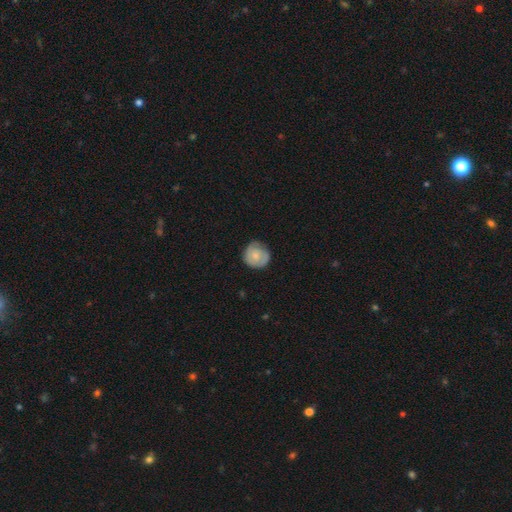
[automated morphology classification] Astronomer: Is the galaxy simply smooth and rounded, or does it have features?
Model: smooth — 63%.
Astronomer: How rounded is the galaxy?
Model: round — 90%.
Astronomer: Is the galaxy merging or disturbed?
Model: none — 72%.